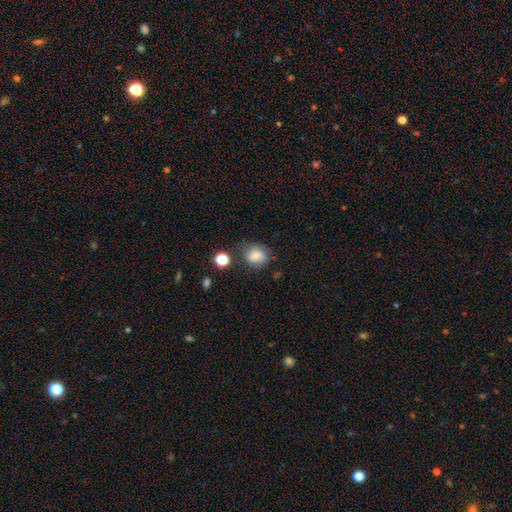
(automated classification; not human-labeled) This appears to be a smooth galaxy with no disk features (78%) that is round (64%). Merging: none (63%).